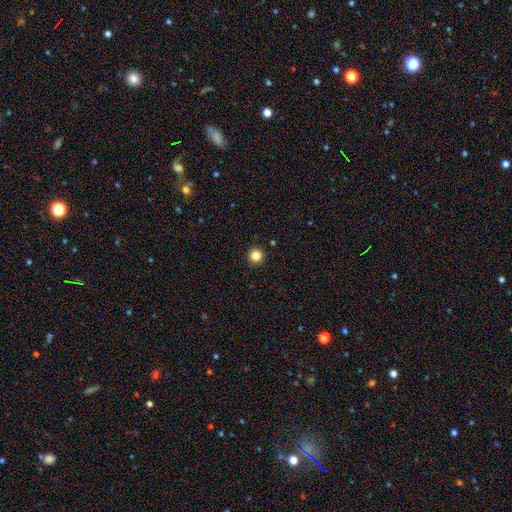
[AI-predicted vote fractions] Smooth or featured? Predicted: smooth (p=0.84). How rounded? Predicted: round (p=0.96). Merging? Predicted: none (p=0.94).